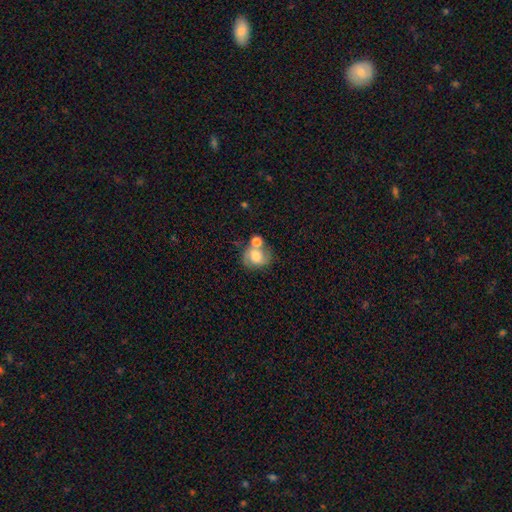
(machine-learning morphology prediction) A smooth galaxy with no disk features (47%). Merging: none (41%).